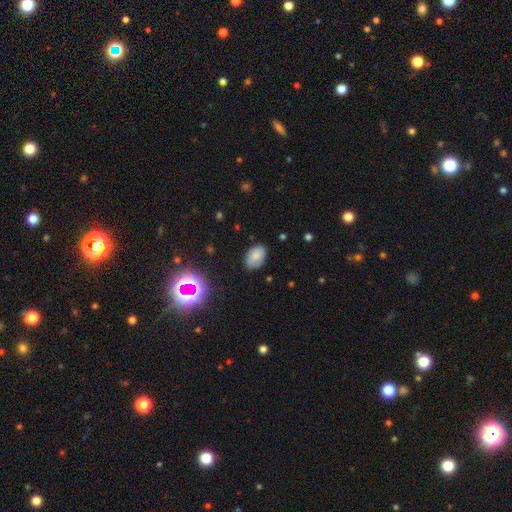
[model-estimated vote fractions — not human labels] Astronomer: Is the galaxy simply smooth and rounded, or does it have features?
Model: smooth — 77%.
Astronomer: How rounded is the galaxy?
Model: in between — 87%.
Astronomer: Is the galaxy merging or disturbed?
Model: none — 77%.